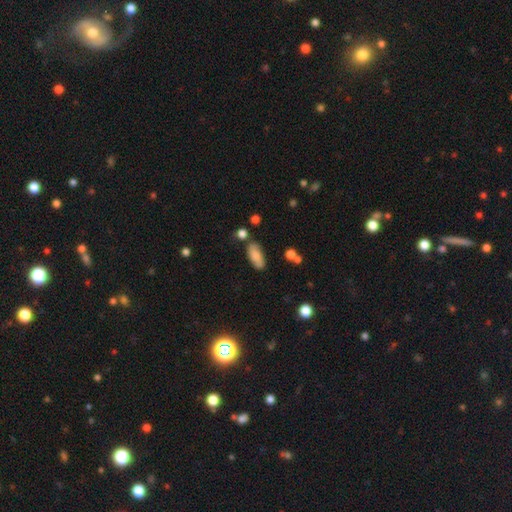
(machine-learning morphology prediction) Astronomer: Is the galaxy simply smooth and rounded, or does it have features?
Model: smooth — 81%.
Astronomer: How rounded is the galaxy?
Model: in between — 83%.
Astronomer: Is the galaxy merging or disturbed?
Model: none — 75%.